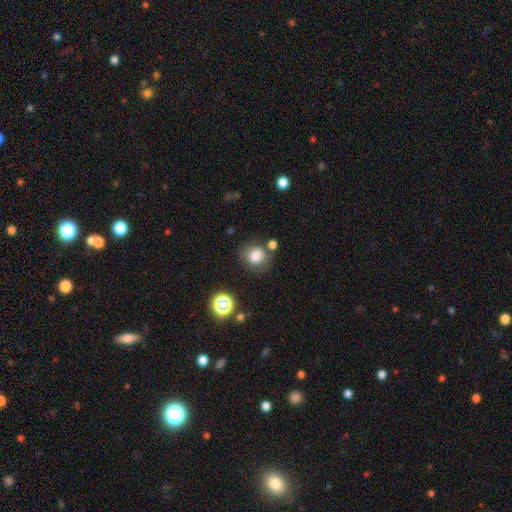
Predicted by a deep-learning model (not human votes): smooth-or-featured: smooth: 79% | star or artifact: 12% | featured or disk: 8%
  how-rounded: round: 74% | in between: 25% | cigar-shaped: 1%
  merging: none: 72% | minor disturbance: 14% | merger: 8% | major disturbance: 5%